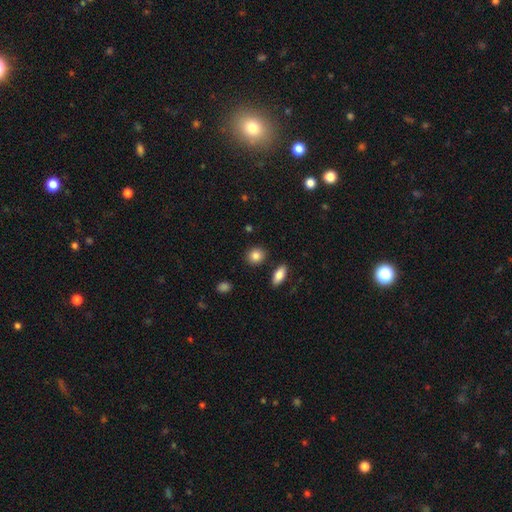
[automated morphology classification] Smooth or featured: smooth — 86% (star or artifact — 8%)
How rounded: round — 73% (in between — 25%)
Merging: none — 87% (minor disturbance — 8%)